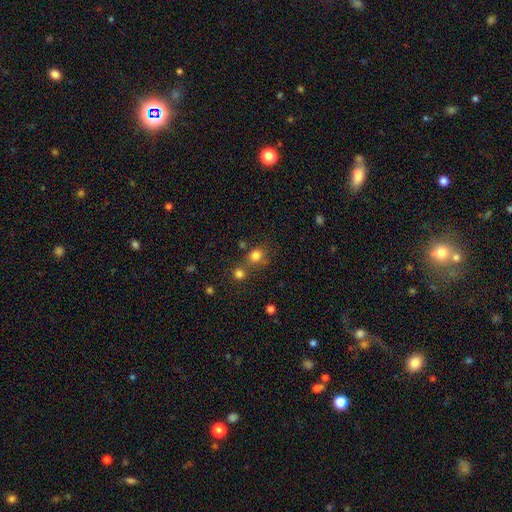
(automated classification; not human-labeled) smooth_or_featured: smooth (p=0.79) [alt: star or artifact p=0.14]
how_rounded: round (p=0.75) [alt: in between p=0.24]
merging: none (p=0.59) [alt: merger p=0.24]